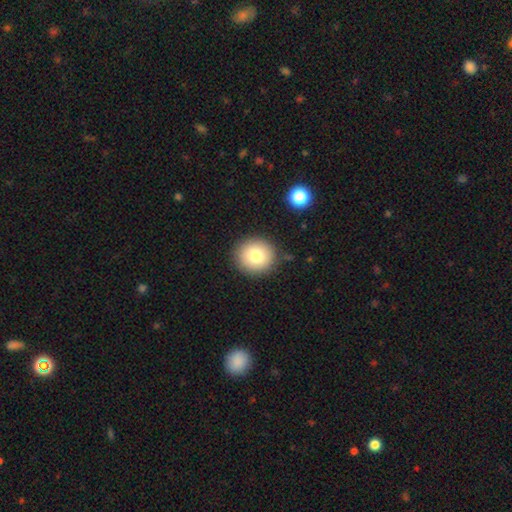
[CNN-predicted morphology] Smooth or featured?
  - smooth: 80% *
  - featured or disk: 11%
  - star or artifact: 9%
How rounded?
  - round: 89% *
  - in between: 10%
  - cigar-shaped: 1%
Merging?
  - none: 88% *
  - minor disturbance: 8%
  - major disturbance: 2%
  - merger: 2%